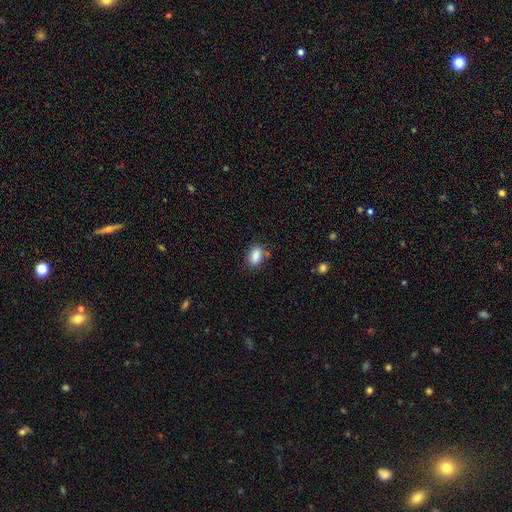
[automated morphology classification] Q: Smooth or featured?
A: smooth (86%); runner-up: star or artifact (8%)
Q: How rounded?
A: in between (87%); runner-up: round (11%)
Q: Merging?
A: none (72%); runner-up: minor disturbance (19%)